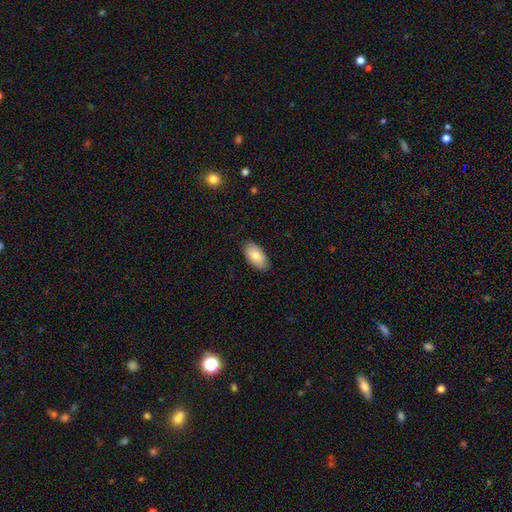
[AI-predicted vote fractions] Morphology: type=smooth (83%); roundness=in between (95%); merging=none (88%).